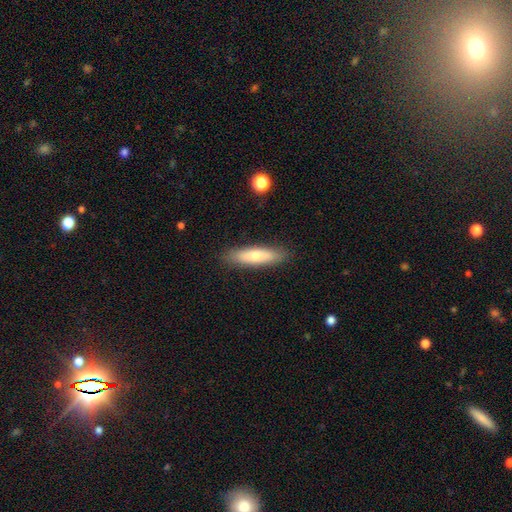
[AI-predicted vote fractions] smooth 69%, featured or disk 25%, star or artifact 6%. Down the decision tree: how rounded — cigar-shaped (73%); merging — none (87%).